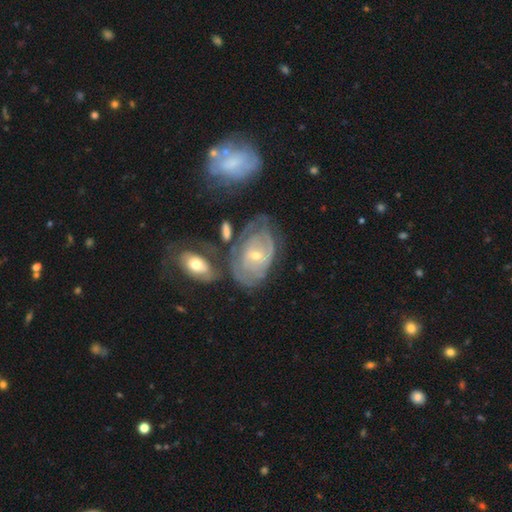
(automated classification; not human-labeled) Overall: featured or disk (74%). Edge-on disk: no (95%). Bar: no (64%; weak 29%). Spiral arms: yes (79%). Spiral arm count: can't tell (56%; 2 22%). Spiral winding: tight (68%). Bulge size: small (64%; moderate 33%). Merging: none (51%; minor disturbance 24%).